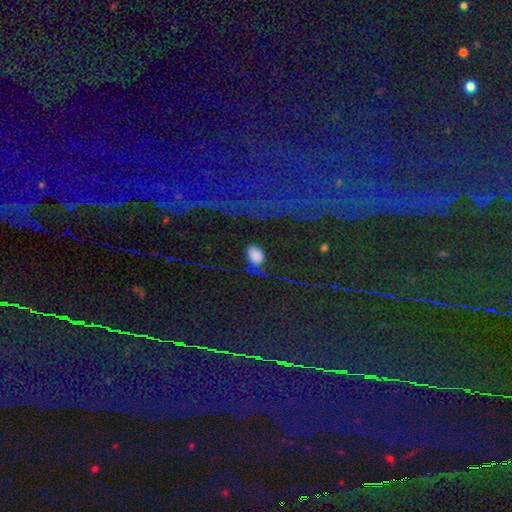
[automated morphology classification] Smooth or featured: smooth — 74% (star or artifact — 17%)
How rounded: in between — 78% (round — 19%)
Merging: none — 66% (minor disturbance — 21%)